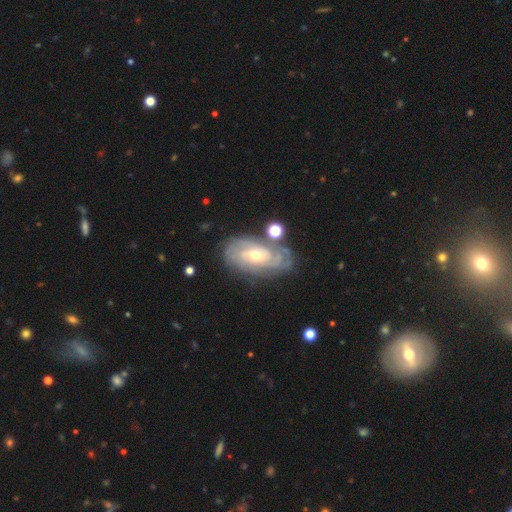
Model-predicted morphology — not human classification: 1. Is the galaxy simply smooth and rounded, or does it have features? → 84% featured or disk, 10% smooth, 6% star or artifact.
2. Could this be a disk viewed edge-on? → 94% no, 6% yes.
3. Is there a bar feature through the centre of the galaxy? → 58% no, 32% weak, 10% strong.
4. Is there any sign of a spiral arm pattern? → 94% yes, 6% no.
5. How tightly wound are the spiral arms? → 73% tight, 22% medium, 6% loose.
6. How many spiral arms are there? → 42% can't tell, 17% 3, 16% 2, 13% 4, 7% more than 4, 5% 1.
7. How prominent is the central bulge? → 53% moderate, 43% small, 3% large, 1% none, 1% dominant.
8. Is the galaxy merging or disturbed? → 70% none, 17% minor disturbance, 7% merger, 6% major disturbance.